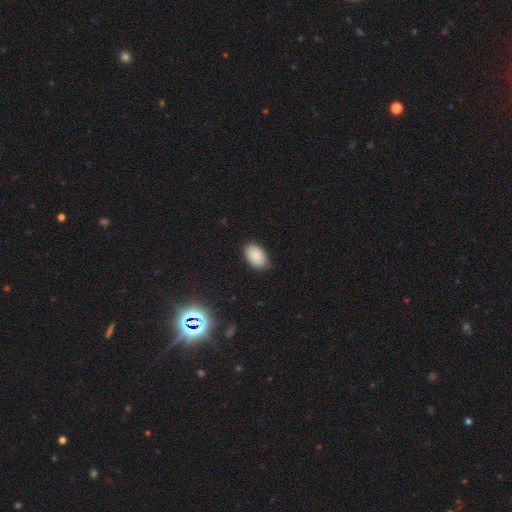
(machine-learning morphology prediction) smooth 88%, star or artifact 8%, featured or disk 5%. Down the decision tree: how rounded — in between (93%); merging — none (83%).